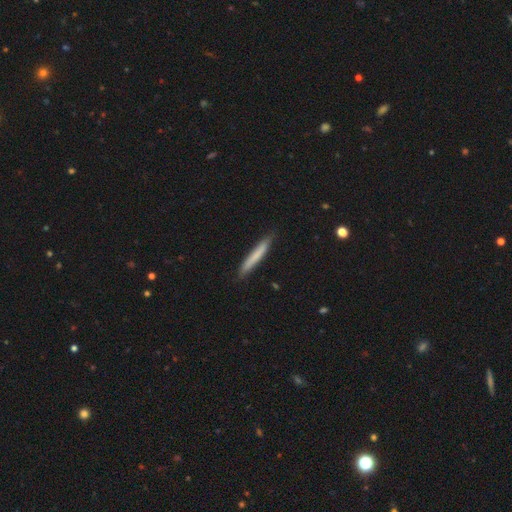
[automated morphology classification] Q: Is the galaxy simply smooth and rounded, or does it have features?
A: smooth — 71%.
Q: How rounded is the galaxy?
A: cigar-shaped — 95%.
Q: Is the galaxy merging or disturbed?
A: none — 86%.